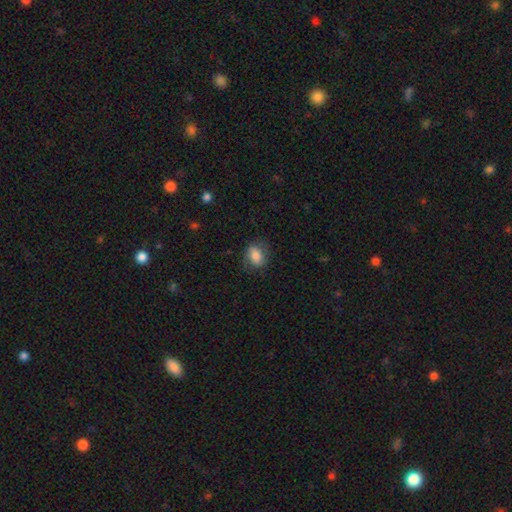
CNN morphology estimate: This is likely a smooth galaxy (79%). How rounded: likely in between (70%). Merging: likely none (73%).